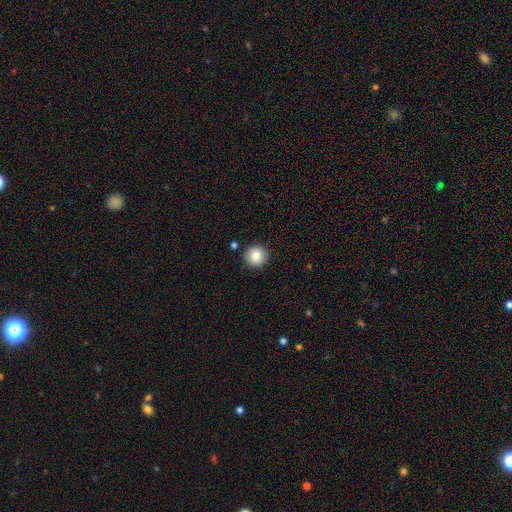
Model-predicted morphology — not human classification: This is clearly a smooth galaxy (83%). How rounded: clearly round (96%). Merging: clearly none (90%).